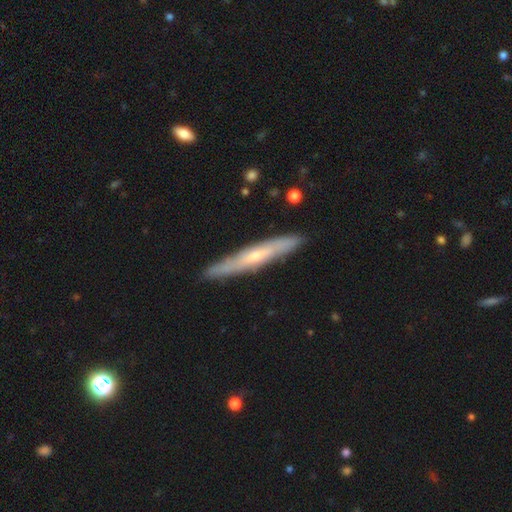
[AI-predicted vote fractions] featured or disk 62%, smooth 32%, star or artifact 6%. Down the decision tree: edge-on disk — yes (84%); edge-on bulge — rounded (61%); merging — none (88%).